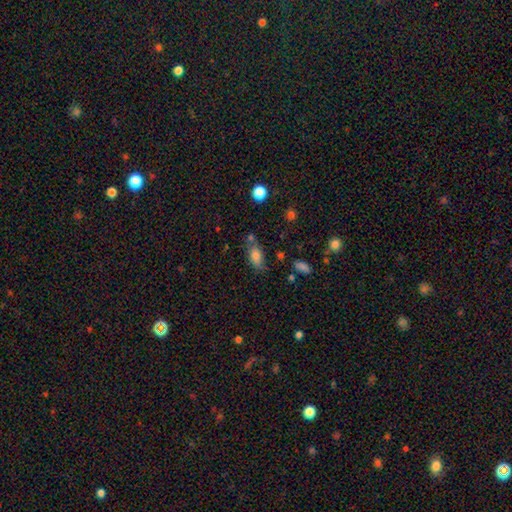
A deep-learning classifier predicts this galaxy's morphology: smooth-or-featured: smooth: 78% | featured or disk: 12% | star or artifact: 9%
  how-rounded: in between: 86% | cigar-shaped: 8% | round: 5%
  merging: none: 62% | minor disturbance: 21% | merger: 11% | major disturbance: 6%